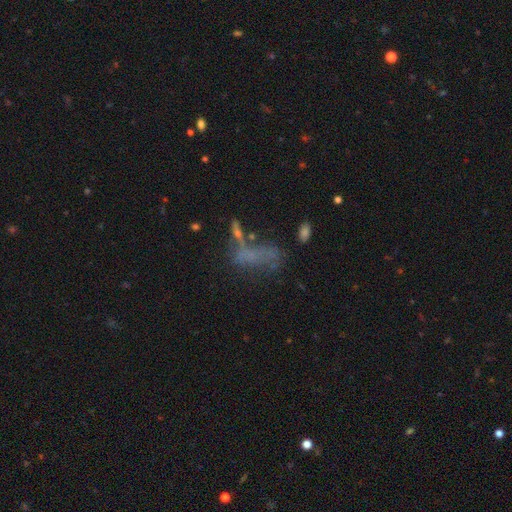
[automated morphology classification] A smooth galaxy with no disk features (40%). Merging: major disturbance (31%).